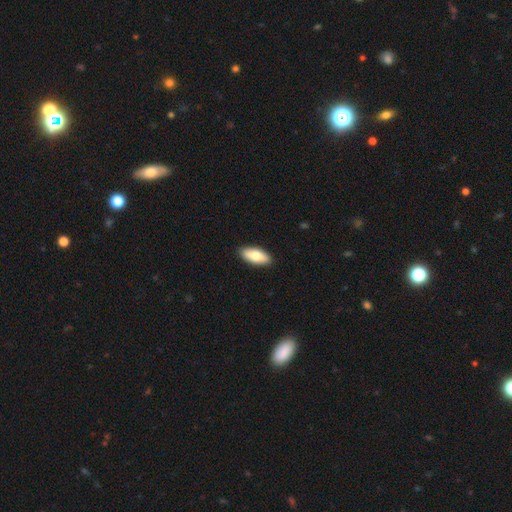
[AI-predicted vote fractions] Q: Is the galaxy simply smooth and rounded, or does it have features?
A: smooth — 74%.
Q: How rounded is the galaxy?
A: in between — 83%.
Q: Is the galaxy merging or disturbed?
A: none — 91%.